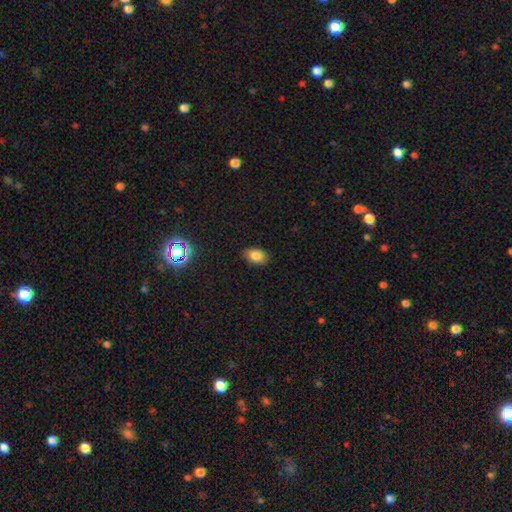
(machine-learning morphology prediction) Smooth or featured: smooth — 82% (star or artifact — 10%)
How rounded: in between — 87% (round — 12%)
Merging: none — 87% (minor disturbance — 10%)